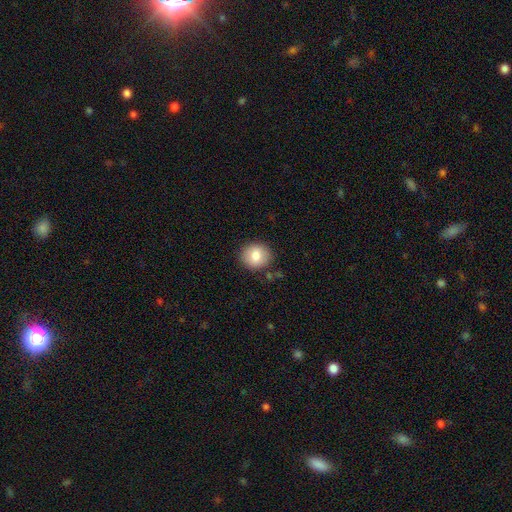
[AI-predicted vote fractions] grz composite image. It shows a smooth galaxy with no disk features (81%) that is round (82%). Merging: none (86%).